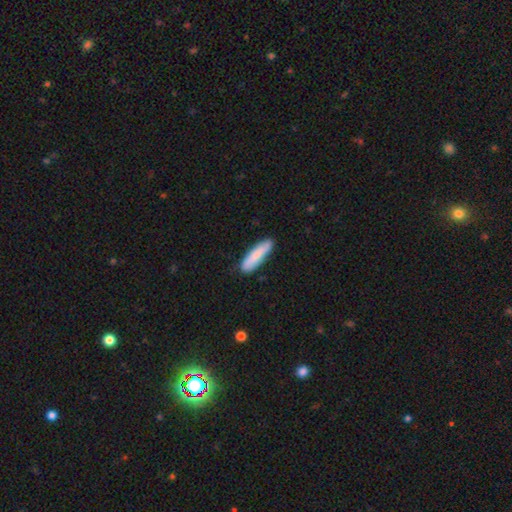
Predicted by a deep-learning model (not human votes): Smooth or featured? smooth (82%)
How rounded? cigar-shaped (74%)
Merging? none (84%)